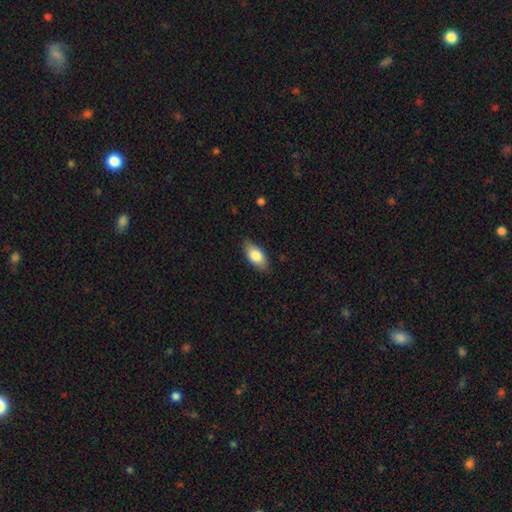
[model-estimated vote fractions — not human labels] This is likely a smooth galaxy (80%). How rounded: clearly in between (90%). Merging: clearly none (82%).